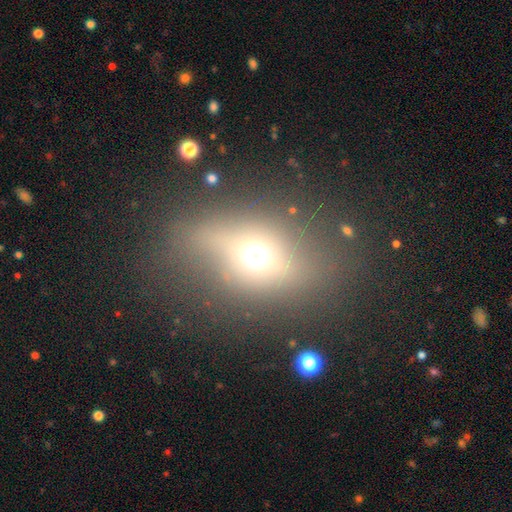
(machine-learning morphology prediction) smooth_or_featured: smooth (p=0.49) [alt: featured or disk p=0.32]
merging: none (p=0.63) [alt: minor disturbance p=0.19]